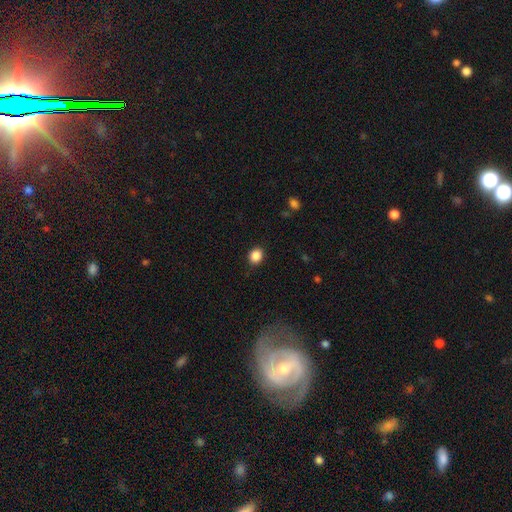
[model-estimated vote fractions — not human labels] This appears to be a smooth galaxy with no disk features (87%) that is round (63%). Merging: none (87%).